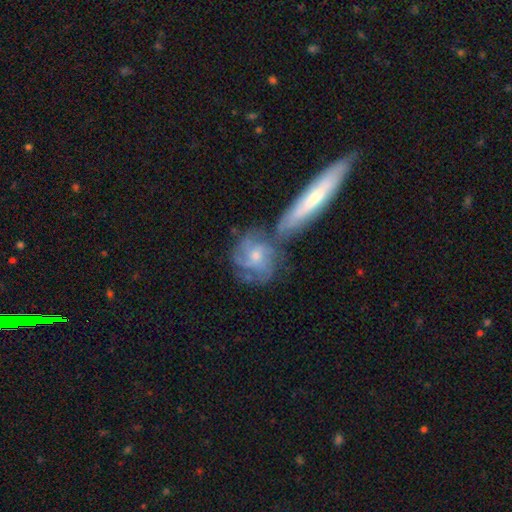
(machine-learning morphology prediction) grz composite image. It shows a featured or disk galaxy (76%) with no bar (68%), tight (55%) spiral arms (90%) and a small central bulge (54%). Merging: none (47%).